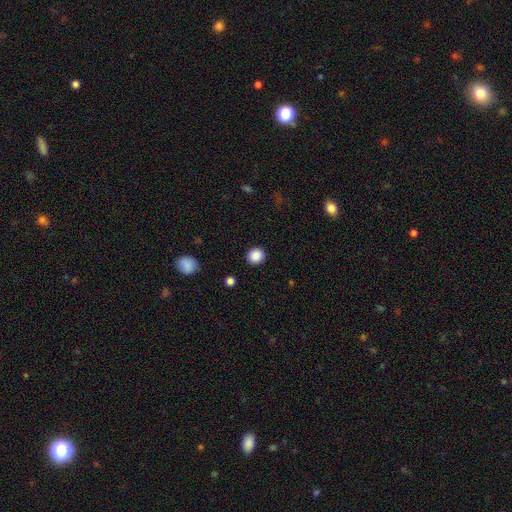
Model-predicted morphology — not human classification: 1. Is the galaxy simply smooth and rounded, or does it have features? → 88% smooth, 9% star or artifact, 3% featured or disk.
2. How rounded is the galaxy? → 84% round, 15% in between, 1% cigar-shaped.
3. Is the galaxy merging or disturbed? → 91% none, 6% minor disturbance, 2% major disturbance, 1% merger.